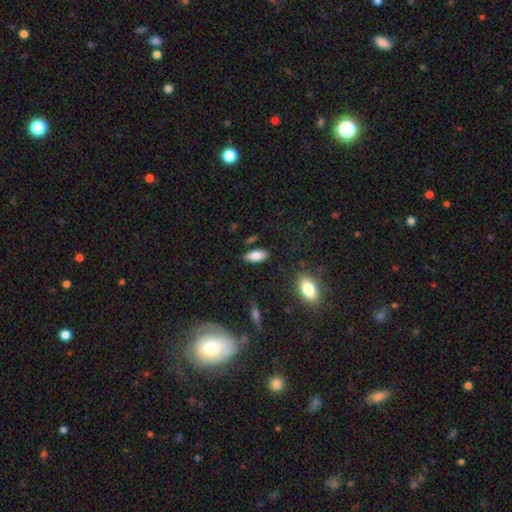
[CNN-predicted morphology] This is clearly a smooth galaxy (84%). How rounded: clearly in between (89%). Merging: clearly none (84%).